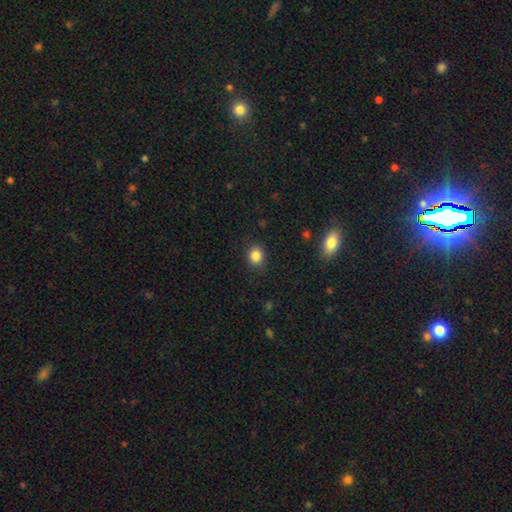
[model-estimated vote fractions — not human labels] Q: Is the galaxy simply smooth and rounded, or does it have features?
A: smooth — 85%.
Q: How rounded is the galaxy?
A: round — 75%.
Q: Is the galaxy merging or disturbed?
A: none — 88%.